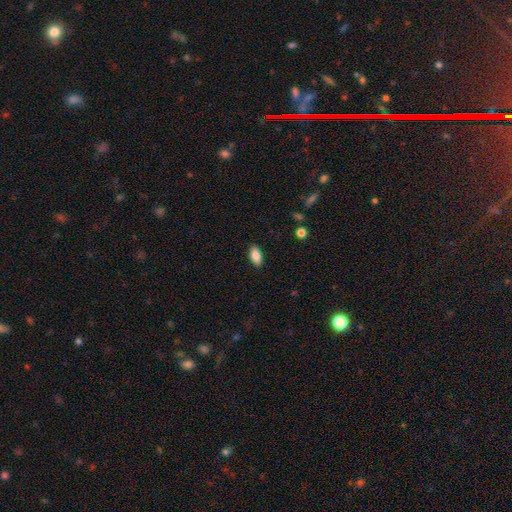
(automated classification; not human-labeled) smooth_or_featured: smooth (p=0.86) [alt: star or artifact p=0.07]
how_rounded: in between (p=0.89) [alt: cigar-shaped p=0.08]
merging: none (p=0.89) [alt: minor disturbance p=0.08]